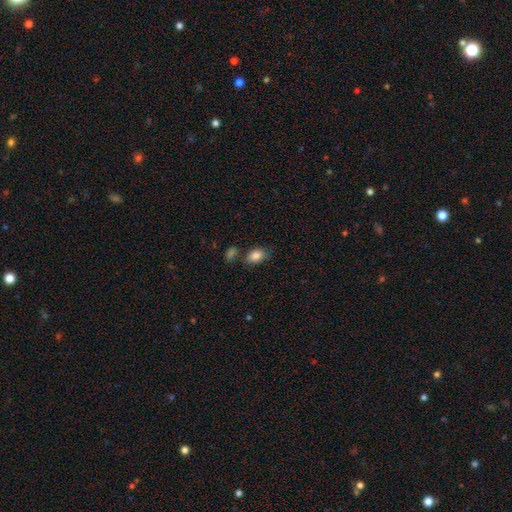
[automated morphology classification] Q: Smooth or featured?
A: smooth (85%); runner-up: star or artifact (8%)
Q: How rounded?
A: in between (84%); runner-up: round (15%)
Q: Merging?
A: none (68%); runner-up: minor disturbance (16%)